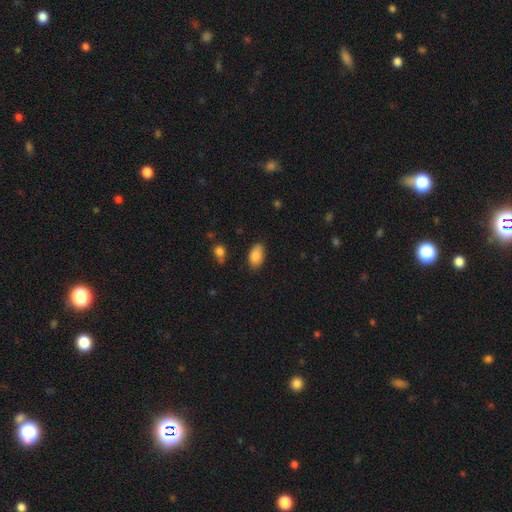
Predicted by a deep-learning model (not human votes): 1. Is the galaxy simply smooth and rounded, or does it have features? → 85% smooth, 7% star or artifact, 7% featured or disk.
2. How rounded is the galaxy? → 93% in between, 5% round, 2% cigar-shaped.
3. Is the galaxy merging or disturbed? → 81% none, 15% minor disturbance, 3% major disturbance, 2% merger.